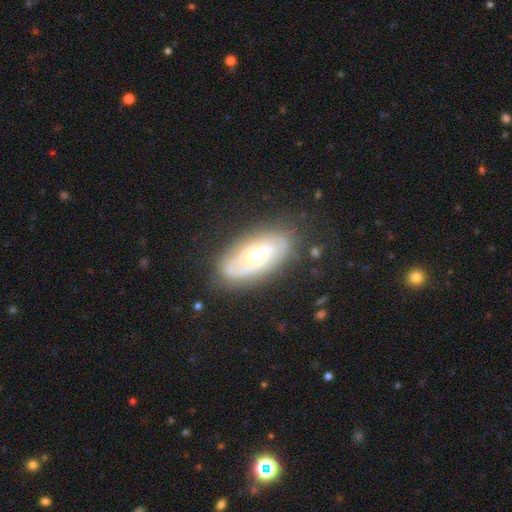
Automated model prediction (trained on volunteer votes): Smooth or featured? featured or disk (67%)
Edge-on disk? no (88%)
Bar? no (78%)
Spiral arms? yes (56%)
Bulge size? moderate (73%)
Merging? none (78%)